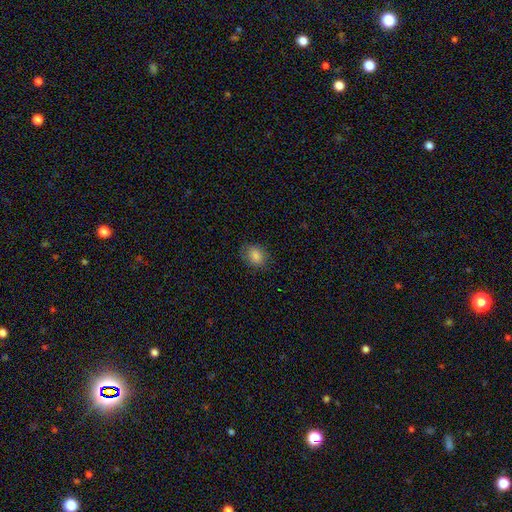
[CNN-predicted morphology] A smooth galaxy with no disk features (83%) that is round (51%).

Vote fractions:
- Smooth or featured? smooth: 83% / star or artifact: 10% / featured or disk: 6%
- How rounded? round: 51% / in between: 48% / cigar-shaped: 1%
- Merging? none: 81% / minor disturbance: 15% / major disturbance: 4% / merger: 1%